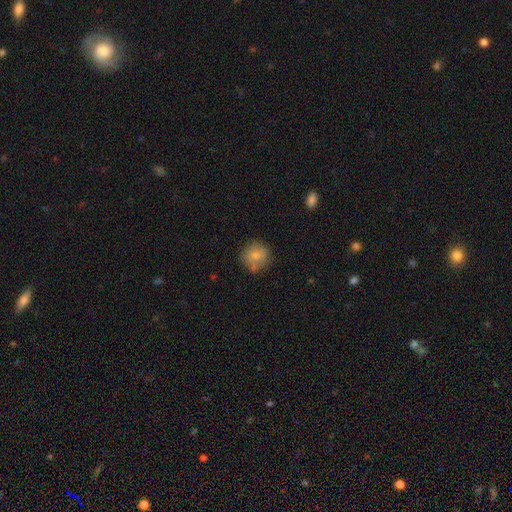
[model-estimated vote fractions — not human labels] Smooth or featured? Predicted: smooth (p=0.79). How rounded? Predicted: round (p=0.86). Merging? Predicted: none (p=0.70).